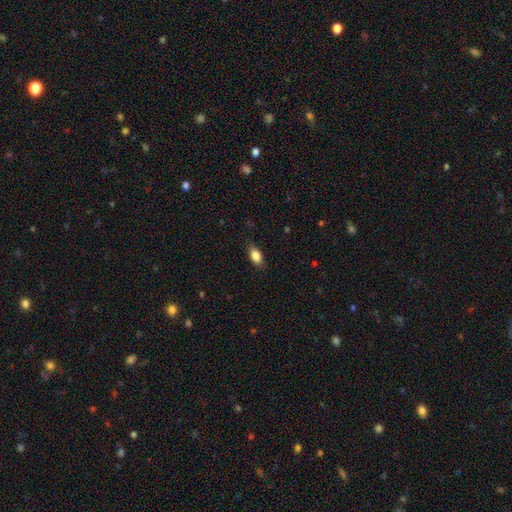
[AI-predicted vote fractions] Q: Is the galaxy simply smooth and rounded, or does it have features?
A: smooth — 82%.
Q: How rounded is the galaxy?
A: in between — 85%.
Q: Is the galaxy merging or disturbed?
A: none — 80%.